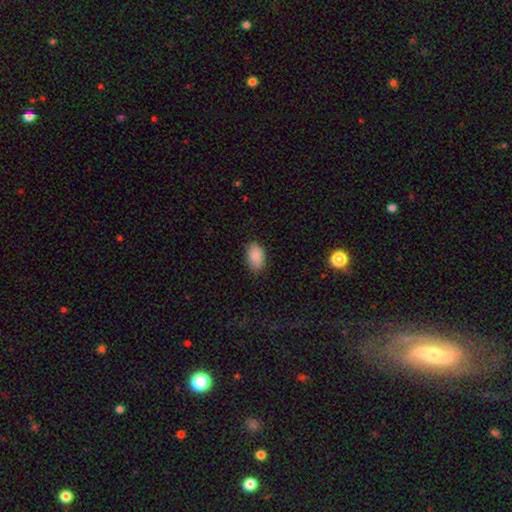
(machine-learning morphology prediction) A smooth galaxy with no disk features (89%) that is in between round and cigar-shaped (91%). Merging: none (82%).